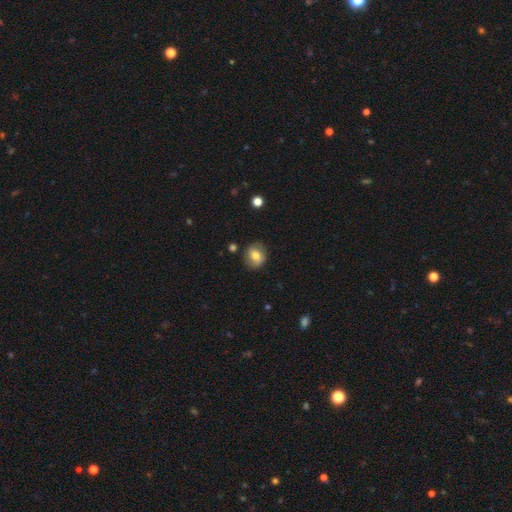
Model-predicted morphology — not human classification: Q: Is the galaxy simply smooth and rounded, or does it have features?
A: smooth — 66%.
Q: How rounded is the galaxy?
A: round — 68%.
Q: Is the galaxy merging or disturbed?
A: none — 81%.